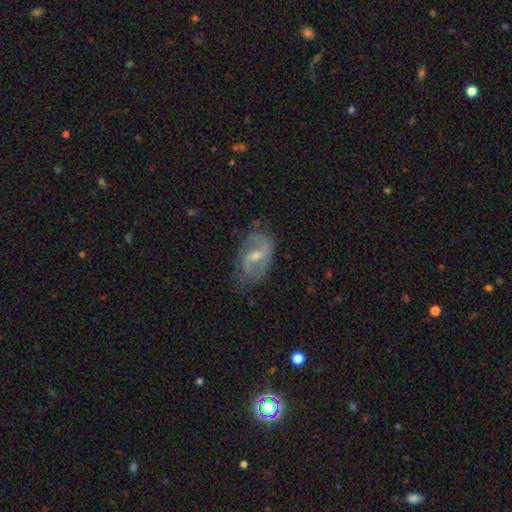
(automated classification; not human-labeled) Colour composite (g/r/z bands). It shows a featured or disk galaxy (80%) with a weak bar (52%), 2 (83%) medium (46%) spiral arms (90%) and a moderate central bulge (50%). Merging: none (70%).